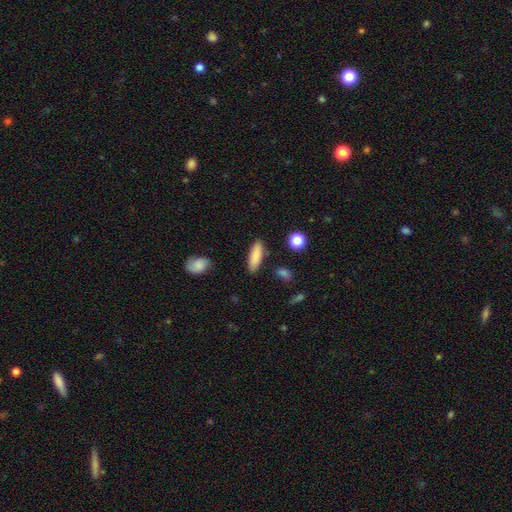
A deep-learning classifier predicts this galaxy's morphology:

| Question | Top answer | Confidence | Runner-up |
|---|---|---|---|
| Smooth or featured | smooth | 86% | featured or disk (7%) |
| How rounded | cigar-shaped | 51% | in between (47%) |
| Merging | none | 87% | minor disturbance (9%) |